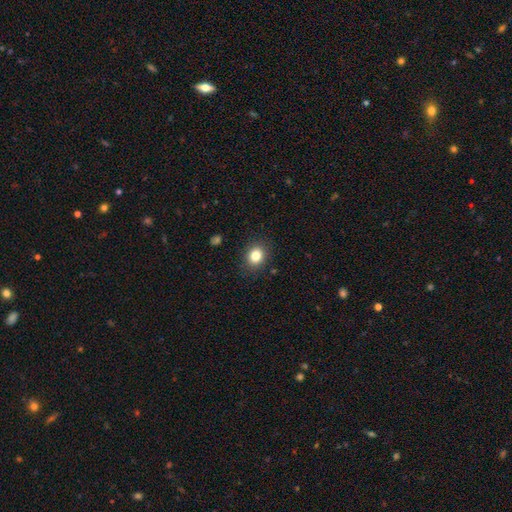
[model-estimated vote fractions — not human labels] Morphology: type=smooth (83%); roundness=round (57%); merging=none (86%).